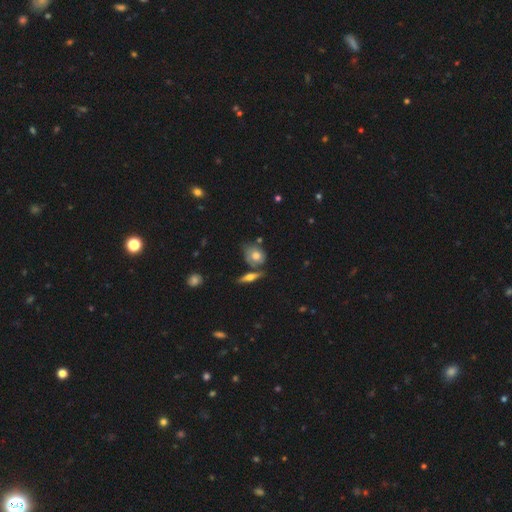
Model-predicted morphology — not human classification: This is likely a smooth galaxy (68%). How rounded: possibly in between (57%). Merging: possibly none (56%).